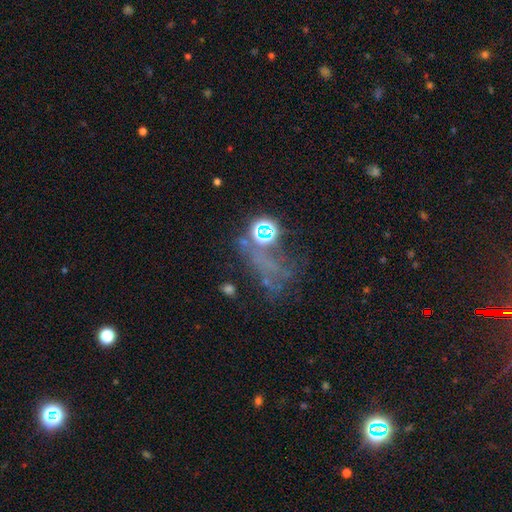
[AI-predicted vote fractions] This appears to be a star or artifact, not a galaxy (55%).